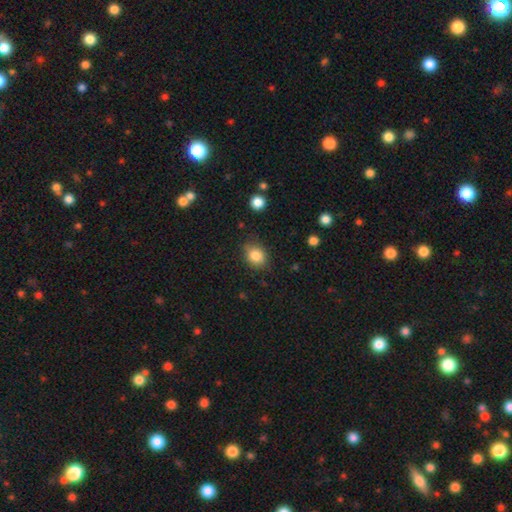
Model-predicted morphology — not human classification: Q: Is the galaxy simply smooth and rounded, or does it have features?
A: smooth — 84%.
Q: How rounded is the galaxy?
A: round — 51%.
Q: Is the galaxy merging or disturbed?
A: none — 80%.